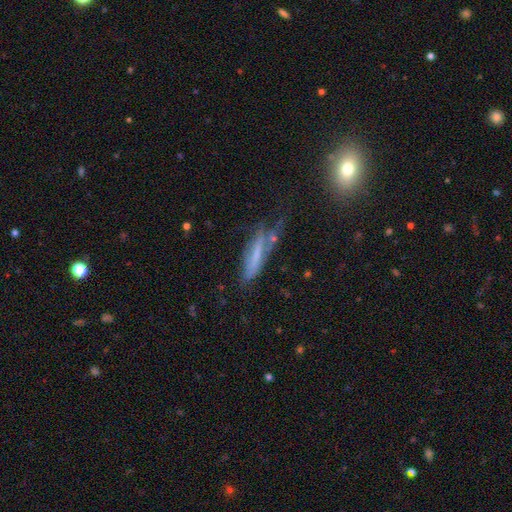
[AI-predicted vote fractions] The model was most divided on "smooth or featured": smooth: 46%, featured or disk: 42%, star or artifact: 12%. Remaining: merging — none (43%).